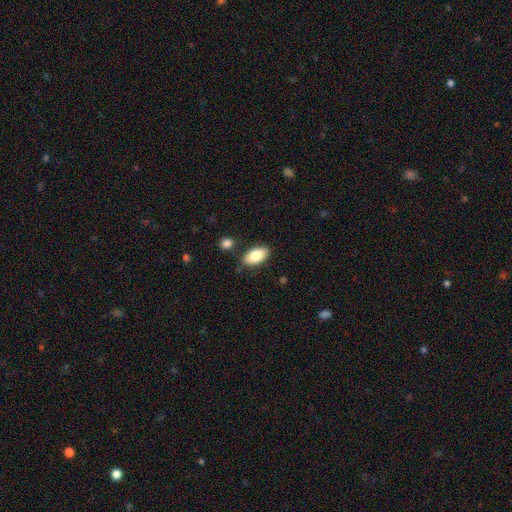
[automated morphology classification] A smooth galaxy with no disk features (81%) that is in between round and cigar-shaped (93%).

Vote fractions:
- Smooth or featured? smooth: 81% / featured or disk: 12% / star or artifact: 7%
- How rounded? in between: 93% / round: 4% / cigar-shaped: 3%
- Merging? none: 82% / minor disturbance: 12% / merger: 4% / major disturbance: 3%